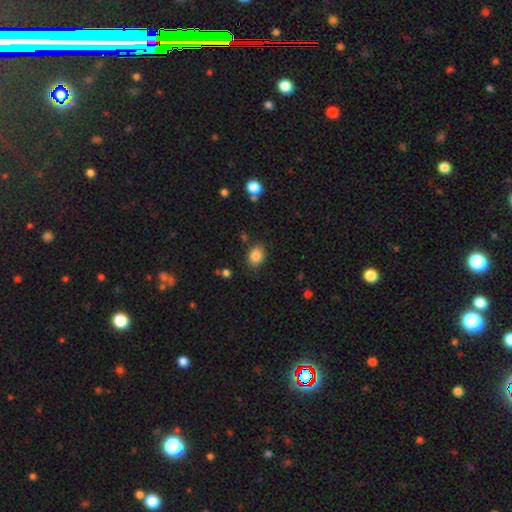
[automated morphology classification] This appears to be a smooth galaxy with no disk features (85%) that is in between round and cigar-shaped (67%). Merging: none (81%).